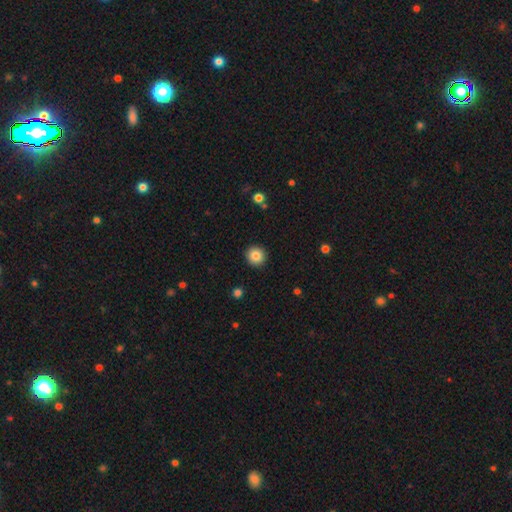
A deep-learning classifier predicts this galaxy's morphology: Overall: smooth (85%). How rounded: round (93%). Merging: none (92%).